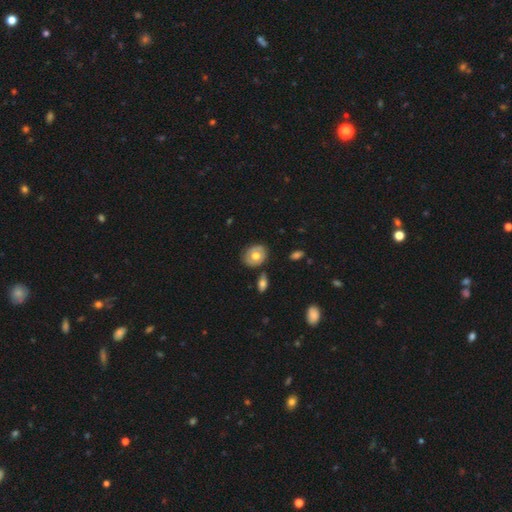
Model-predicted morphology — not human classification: Q: Smooth or featured?
A: smooth (52%); runner-up: featured or disk (41%)
Q: How rounded?
A: round (54%); runner-up: in between (45%)
Q: Merging?
A: none (77%); runner-up: minor disturbance (14%)